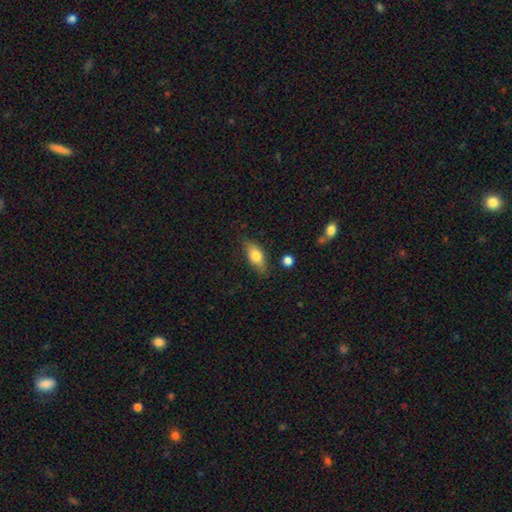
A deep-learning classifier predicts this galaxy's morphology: Smooth or featured? smooth (72%)
How rounded? in between (79%)
Merging? none (78%)